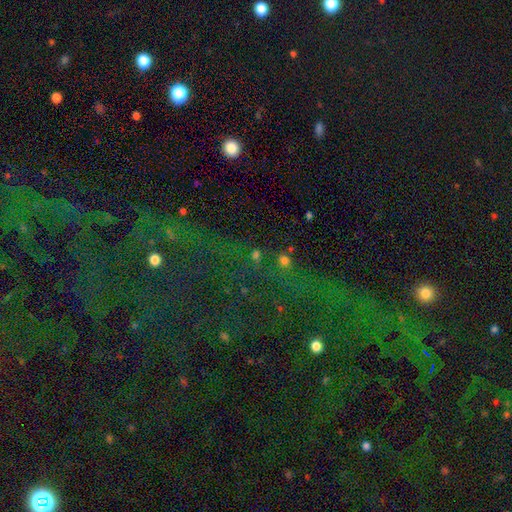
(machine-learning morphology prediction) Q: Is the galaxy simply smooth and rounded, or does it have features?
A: star or artifact — 52%.